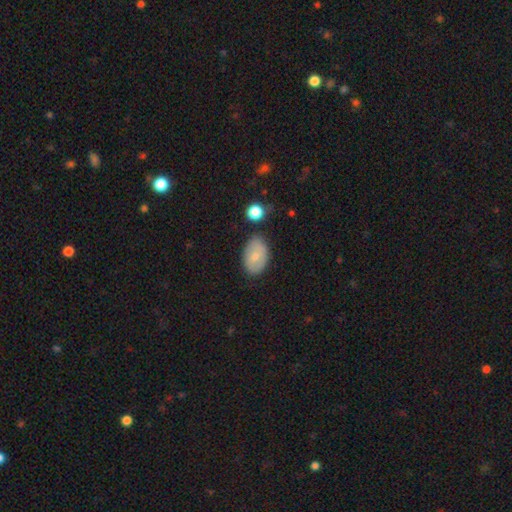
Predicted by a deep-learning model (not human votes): Smooth or featured? smooth (67%)
How rounded? in between (86%)
Merging? none (76%)